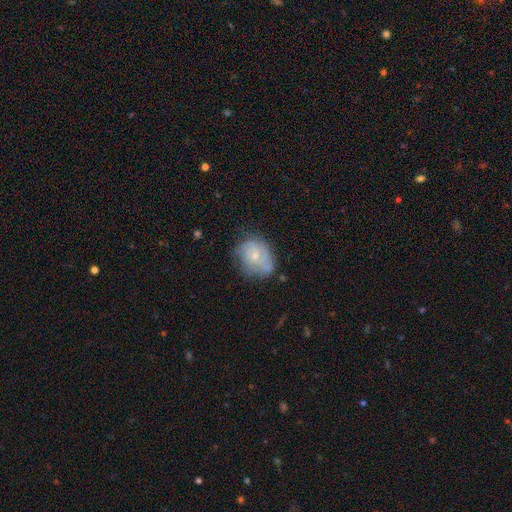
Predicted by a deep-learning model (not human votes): Smooth or featured? Predicted: featured or disk (p=0.54). Edge-on disk? Predicted: no (p=0.97). Bar? Predicted: no (p=0.75). Spiral arms? Predicted: yes (p=0.68). Bulge size? Predicted: small (p=0.60). Merging? Predicted: none (p=0.54).